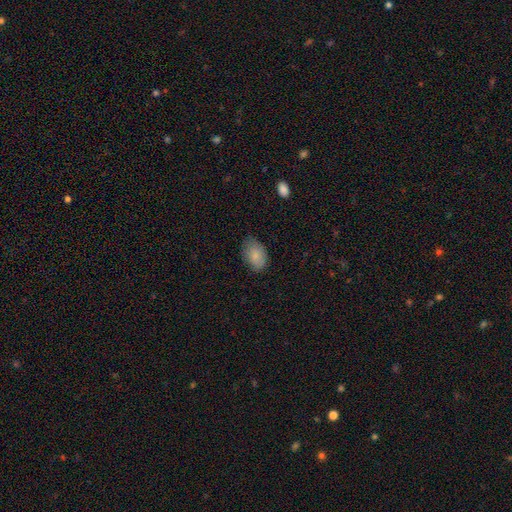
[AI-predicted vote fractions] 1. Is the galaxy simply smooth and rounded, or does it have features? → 85% smooth, 8% featured or disk, 7% star or artifact.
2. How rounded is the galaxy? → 89% in between, 9% round, 1% cigar-shaped.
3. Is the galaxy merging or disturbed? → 73% none, 21% minor disturbance, 4% major disturbance, 1% merger.